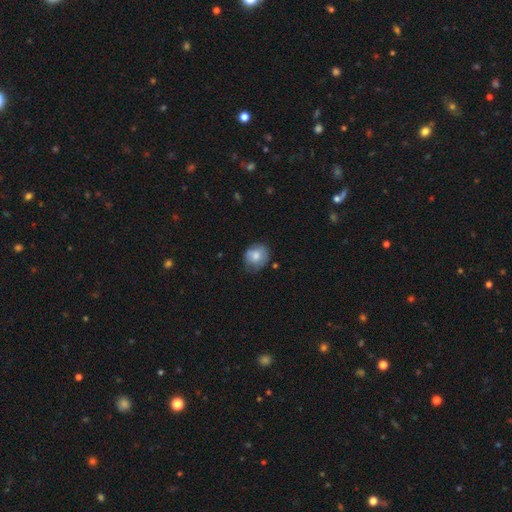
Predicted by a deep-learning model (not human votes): Smooth or featured?
  - smooth: 73% *
  - featured or disk: 19%
  - star or artifact: 8%
How rounded?
  - round: 69% *
  - in between: 30%
  - cigar-shaped: 1%
Merging?
  - none: 63% *
  - minor disturbance: 28%
  - major disturbance: 7%
  - merger: 3%